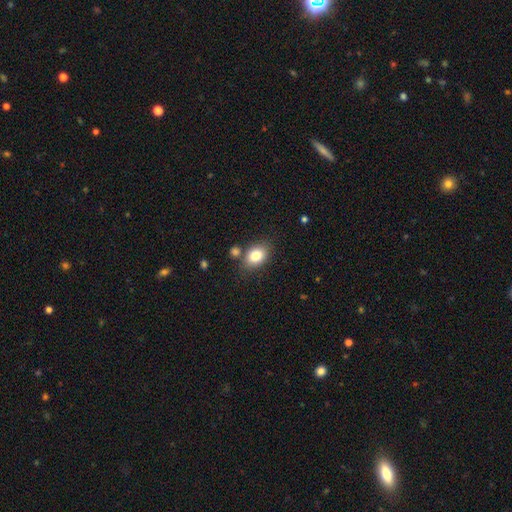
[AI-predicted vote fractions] Q: Smooth or featured?
A: smooth (82%); runner-up: featured or disk (10%)
Q: How rounded?
A: in between (76%); runner-up: round (23%)
Q: Merging?
A: none (73%); runner-up: minor disturbance (13%)